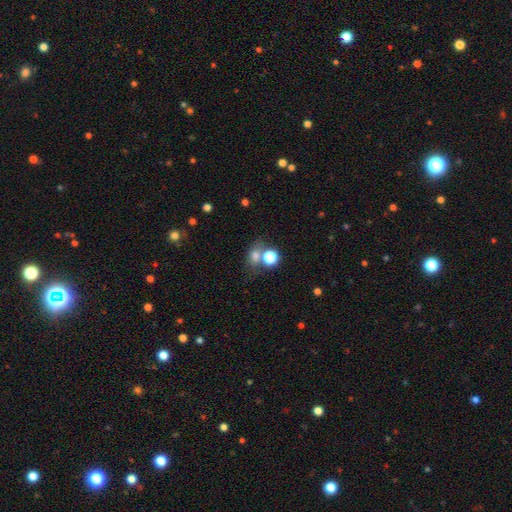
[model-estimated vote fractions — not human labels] Q: Smooth or featured?
A: smooth (69%); runner-up: star or artifact (20%)
Q: How rounded?
A: round (51%); runner-up: in between (47%)
Q: Merging?
A: none (50%); runner-up: merger (31%)